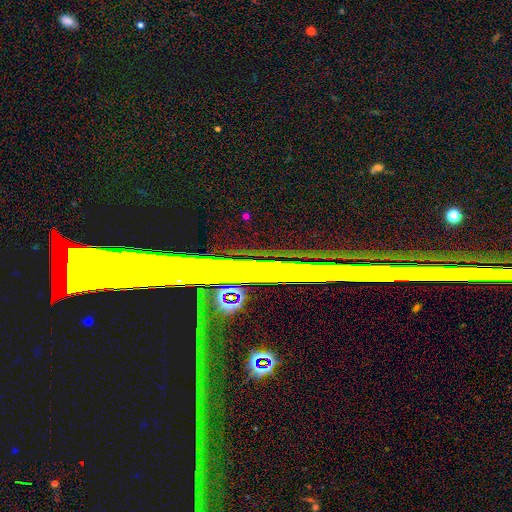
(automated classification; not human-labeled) Smooth or featured? Predicted: star or artifact (p=0.74).